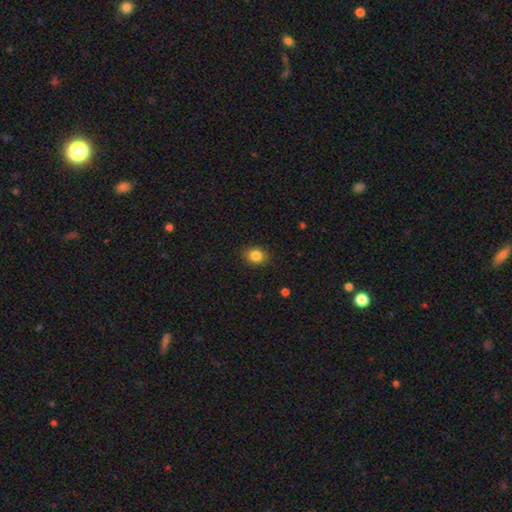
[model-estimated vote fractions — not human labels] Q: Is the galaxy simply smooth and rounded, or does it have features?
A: smooth — 85%.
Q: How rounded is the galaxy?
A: round — 53%.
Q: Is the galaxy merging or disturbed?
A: none — 86%.